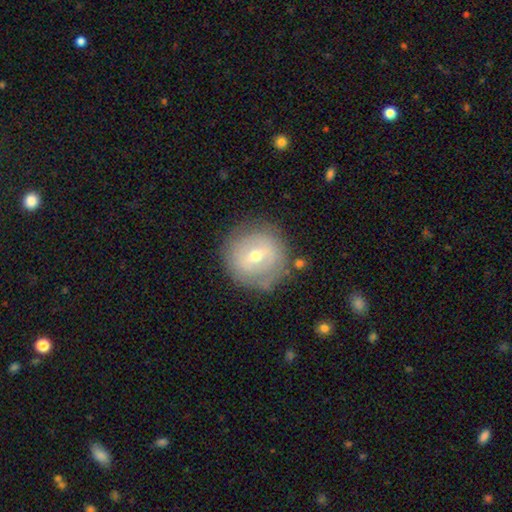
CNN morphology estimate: Smooth or featured? Predicted: featured or disk (p=0.48). Merging? Predicted: none (p=0.78).